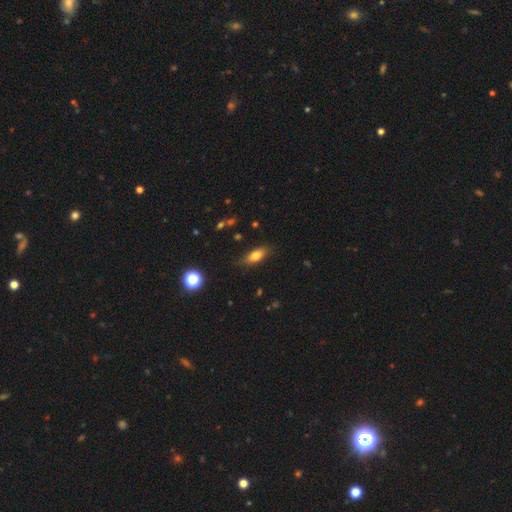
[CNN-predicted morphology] smooth_or_featured: smooth (p=0.77) [alt: featured or disk p=0.14]
how_rounded: in between (p=0.77) [alt: cigar-shaped p=0.19]
merging: none (p=0.78) [alt: minor disturbance p=0.16]